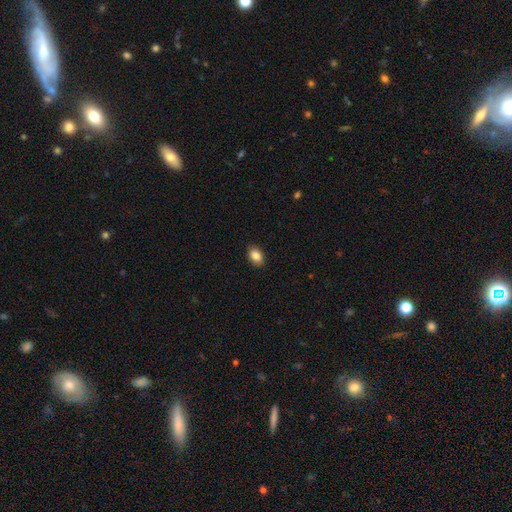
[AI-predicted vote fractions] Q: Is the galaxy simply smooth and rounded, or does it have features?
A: smooth — 87%.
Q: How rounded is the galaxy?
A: in between — 86%.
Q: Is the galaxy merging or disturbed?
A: none — 89%.